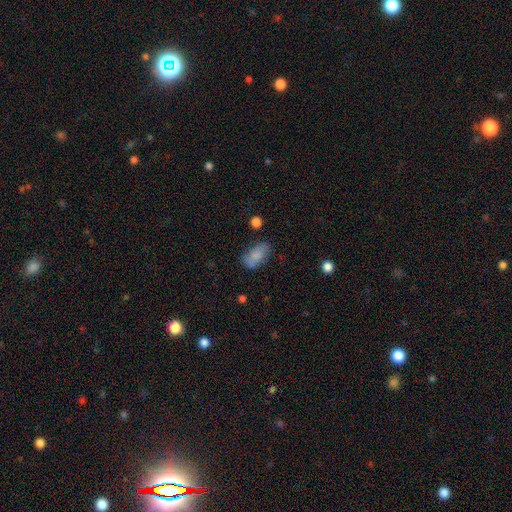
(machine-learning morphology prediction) smooth_or_featured: smooth (p=0.76) [alt: featured or disk p=0.16]
how_rounded: in between (p=0.92) [alt: round p=0.05]
merging: none (p=0.64) [alt: minor disturbance p=0.24]